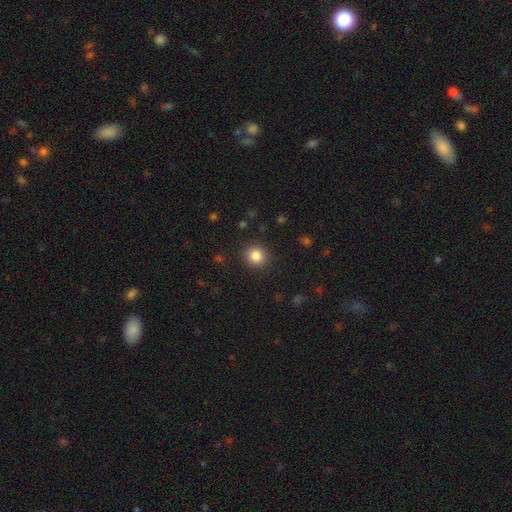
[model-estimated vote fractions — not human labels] Overall: smooth (84%). How rounded: round (89%). Merging: none (90%).